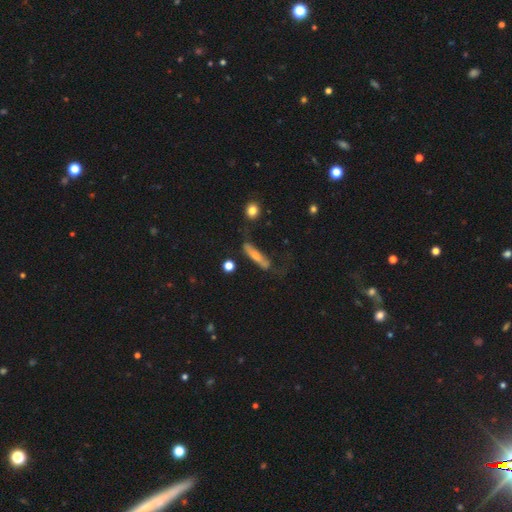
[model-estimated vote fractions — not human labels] A smooth galaxy with no disk features (56%) that is cigar-shaped (81%).

Vote fractions:
- Smooth or featured? smooth: 56% / featured or disk: 36% / star or artifact: 8%
- How rounded? cigar-shaped: 81% / in between: 17% / round: 3%
- Merging? none: 50% / minor disturbance: 26% / major disturbance: 18% / merger: 6%